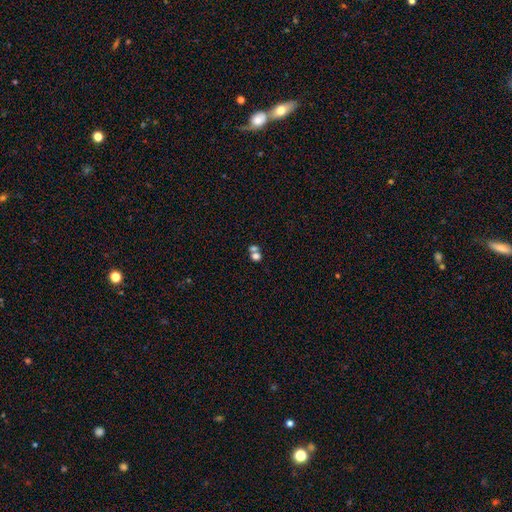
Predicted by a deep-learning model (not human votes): smooth_or_featured: smooth (p=0.69) [alt: star or artifact p=0.18]
how_rounded: round (p=0.68) [alt: in between p=0.30]
merging: merger (p=0.51) [alt: none p=0.39]